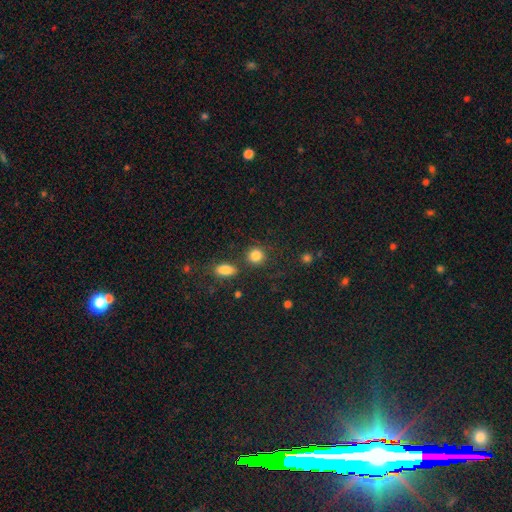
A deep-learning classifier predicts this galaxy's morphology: Smooth or featured?
  - smooth: 85% *
  - star or artifact: 11%
  - featured or disk: 5%
How rounded?
  - round: 84% *
  - in between: 15%
  - cigar-shaped: 1%
Merging?
  - none: 77% *
  - minor disturbance: 10%
  - merger: 9%
  - major disturbance: 4%